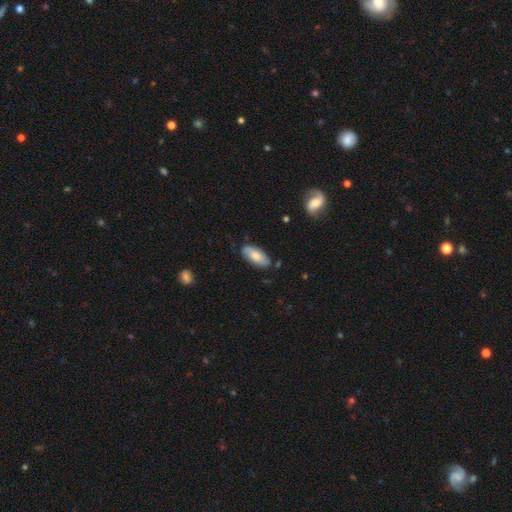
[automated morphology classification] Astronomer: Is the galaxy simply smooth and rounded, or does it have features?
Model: smooth — 72%.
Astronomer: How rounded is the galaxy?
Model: in between — 89%.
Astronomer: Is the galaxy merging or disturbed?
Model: none — 78%.